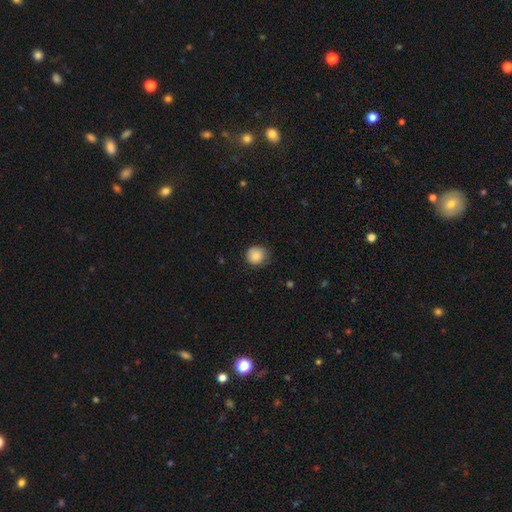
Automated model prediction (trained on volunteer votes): Smooth or featured: smooth — 84% (star or artifact — 8%)
How rounded: round — 88% (in between — 11%)
Merging: none — 76% (minor disturbance — 19%)